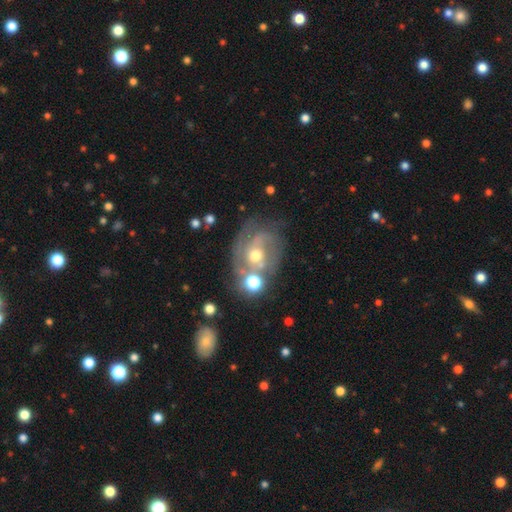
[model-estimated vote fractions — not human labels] Smooth or featured? Predicted: featured or disk (p=0.69). Edge-on disk? Predicted: no (p=0.96). Bar? Predicted: no (p=0.61). Spiral arms? Predicted: yes (p=0.79). Spiral winding? Predicted: tight (p=0.44). Spiral arm count? Predicted: 2 (p=0.47). Bulge size? Predicted: moderate (p=0.66). Merging? Predicted: none (p=0.51).